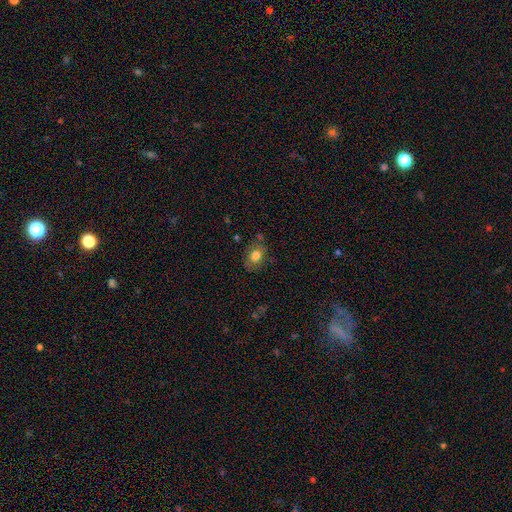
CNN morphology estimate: Overall: smooth (76%). How rounded: in between (58%; round 41%). Merging: none (73%).